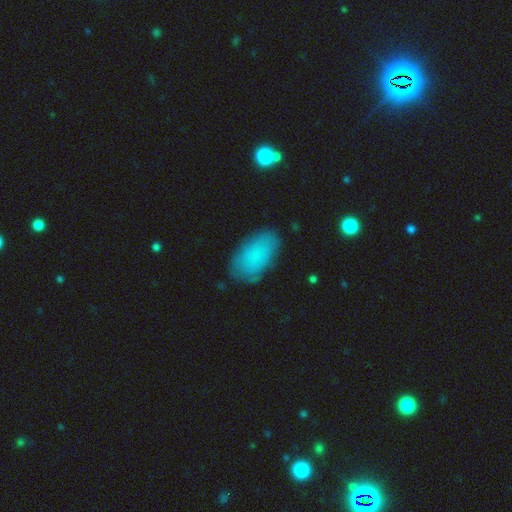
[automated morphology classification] Overall: smooth (77%). How rounded: in between (94%). Merging: none (78%).